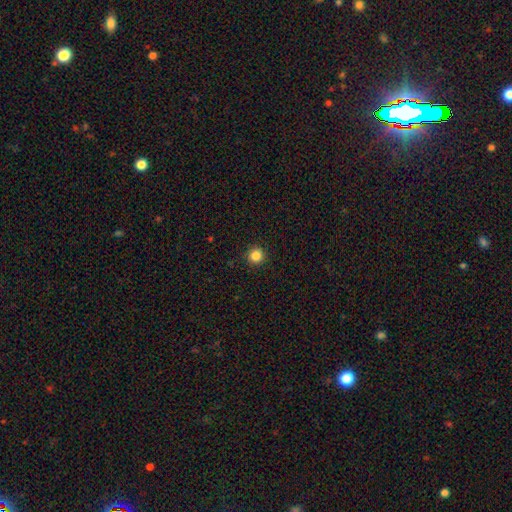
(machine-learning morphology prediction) Smooth or featured?
  - smooth: 85% *
  - star or artifact: 12%
  - featured or disk: 4%
How rounded?
  - round: 96% *
  - in between: 3%
  - cigar-shaped: 1%
Merging?
  - none: 93% *
  - minor disturbance: 4%
  - major disturbance: 2%
  - merger: 1%